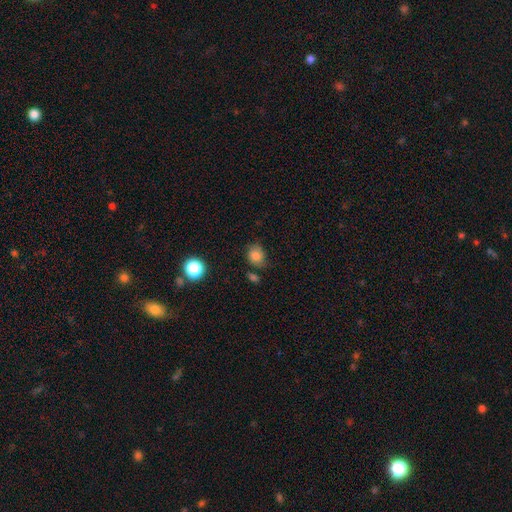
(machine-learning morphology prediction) A smooth galaxy with no disk features (79%) that is round (60%).

Vote fractions:
- Smooth or featured? smooth: 79% / star or artifact: 12% / featured or disk: 10%
- How rounded? round: 60% / in between: 39% / cigar-shaped: 1%
- Merging? none: 63% / minor disturbance: 24% / major disturbance: 7% / merger: 6%